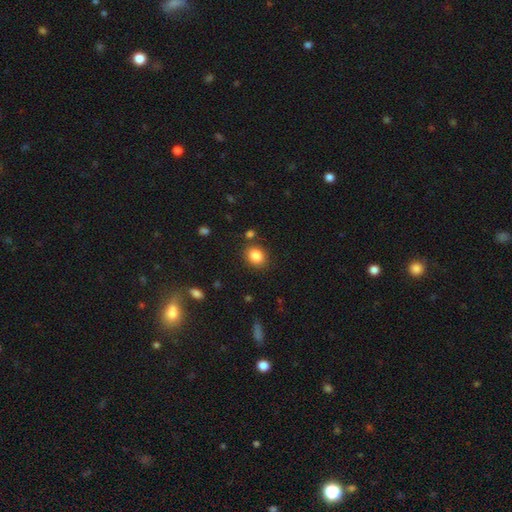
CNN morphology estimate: Overall: smooth (86%). How rounded: round (58%; in between 41%). Merging: none (84%).